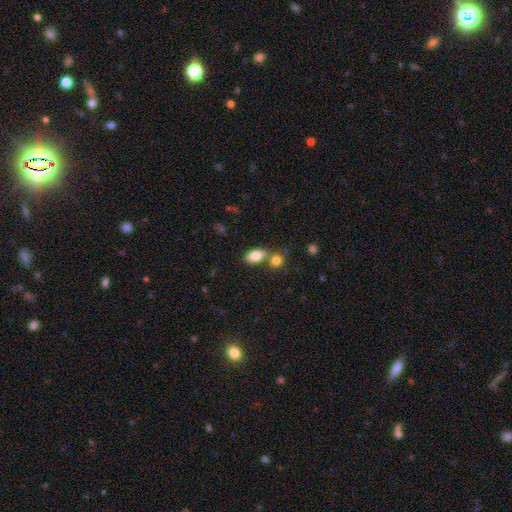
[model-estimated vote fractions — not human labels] smooth_or_featured: smooth (p=0.83) [alt: featured or disk p=0.09]
how_rounded: in between (p=0.89) [alt: round p=0.08]
merging: none (p=0.50) [alt: merger p=0.37]